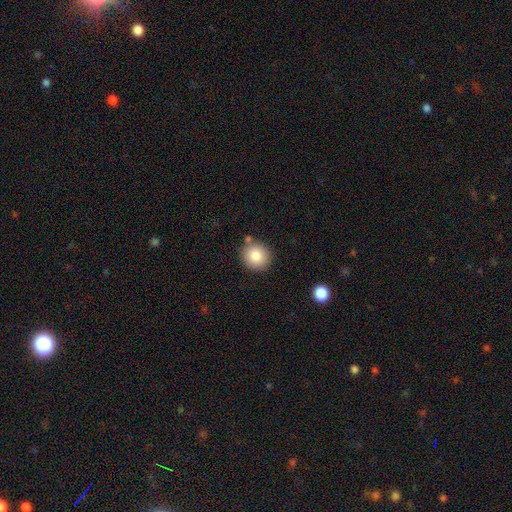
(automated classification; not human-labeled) Overall: smooth (83%). How rounded: round (91%). Merging: none (81%).